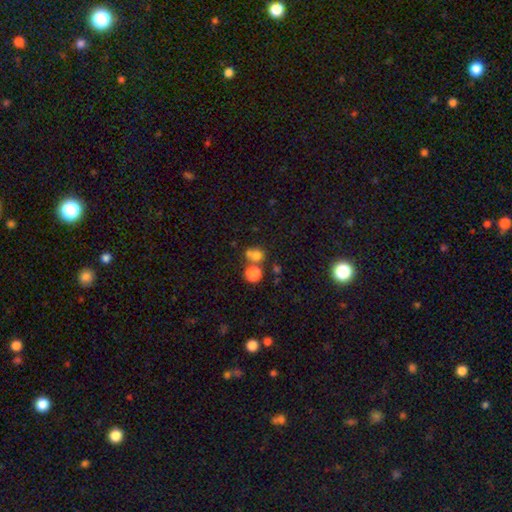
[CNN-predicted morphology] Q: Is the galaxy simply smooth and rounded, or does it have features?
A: smooth — 72%.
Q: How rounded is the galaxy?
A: round — 81%.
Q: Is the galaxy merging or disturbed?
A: none — 48%.